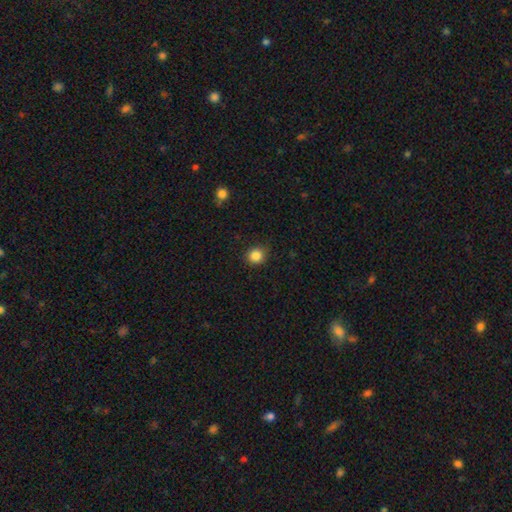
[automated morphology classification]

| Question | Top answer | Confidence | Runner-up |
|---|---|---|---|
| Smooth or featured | smooth | 86% | star or artifact (11%) |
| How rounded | round | 88% | in between (11%) |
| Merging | none | 87% | minor disturbance (10%) |